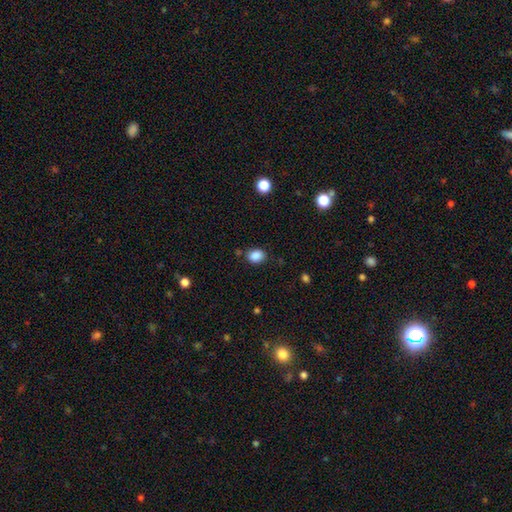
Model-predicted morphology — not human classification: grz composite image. It shows a smooth galaxy with no disk features (87%) that is in between round and cigar-shaped (61%). Merging: none (79%).